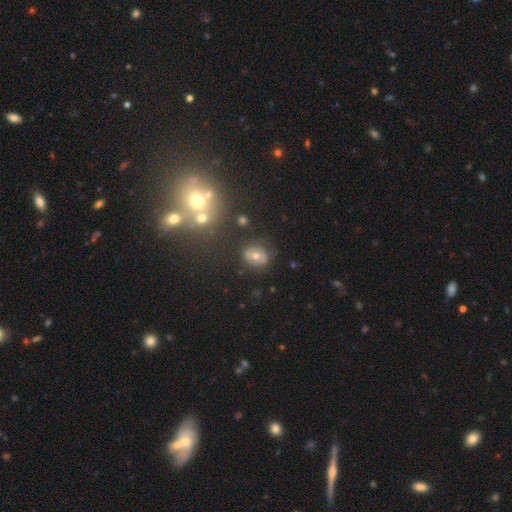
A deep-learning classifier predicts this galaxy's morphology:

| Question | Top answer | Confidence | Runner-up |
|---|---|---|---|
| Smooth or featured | smooth | 49% | featured or disk (31%) |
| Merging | none | 75% | minor disturbance (15%) |